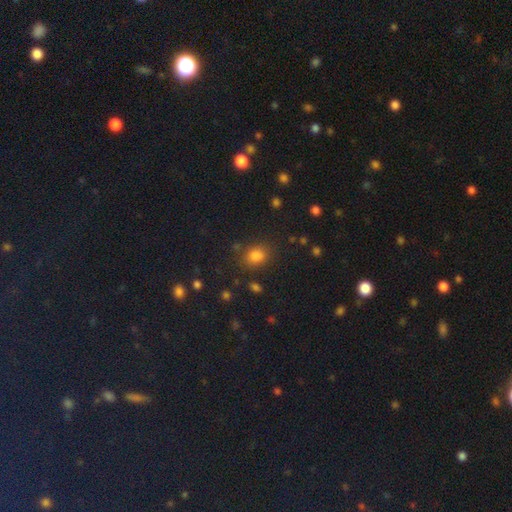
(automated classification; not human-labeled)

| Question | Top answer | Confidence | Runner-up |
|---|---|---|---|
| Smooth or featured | smooth | 79% | star or artifact (15%) |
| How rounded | in between | 53% | round (45%) |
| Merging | none | 78% | minor disturbance (13%) |